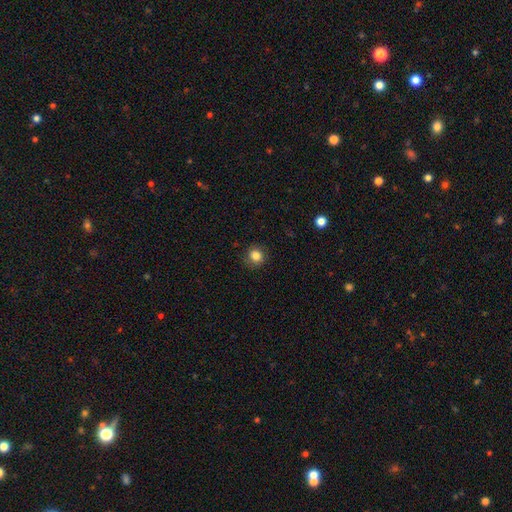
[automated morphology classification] A smooth galaxy with no disk features (84%) that is round (83%). Merging: none (87%).